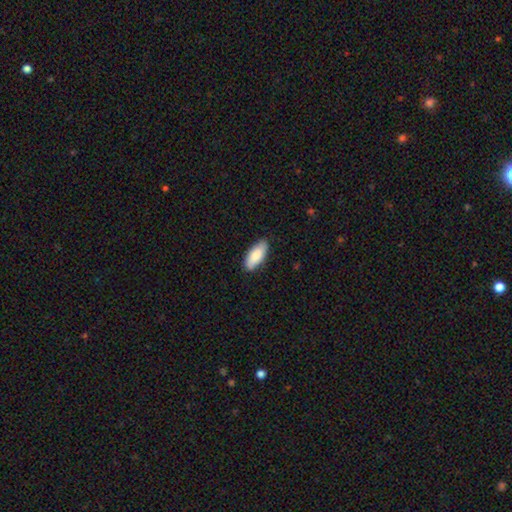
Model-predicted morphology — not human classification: This is clearly a smooth galaxy (85%). How rounded: clearly in between (86%). Merging: clearly none (83%).